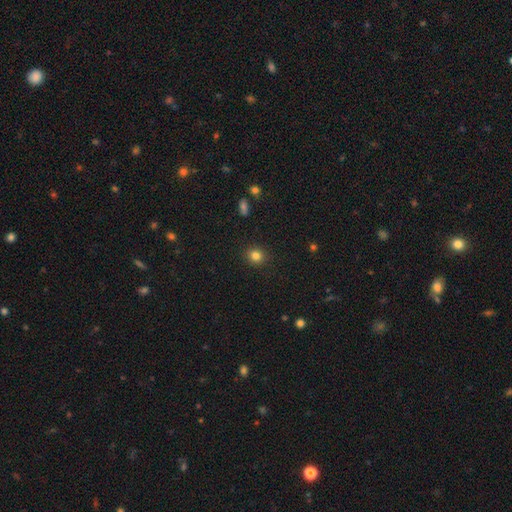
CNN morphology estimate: Smooth or featured? Predicted: smooth (p=0.82). How rounded? Predicted: round (p=0.83). Merging? Predicted: none (p=0.91).